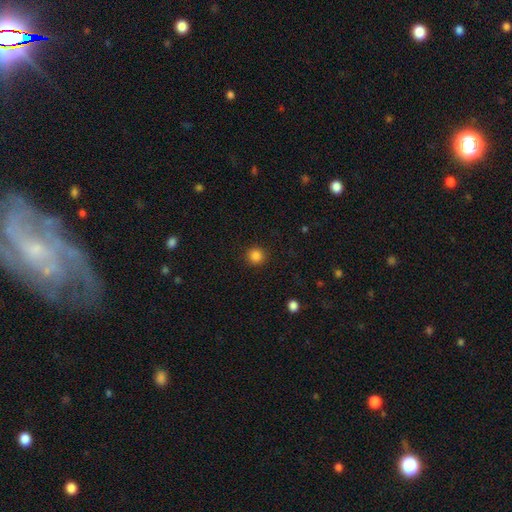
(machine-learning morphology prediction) smooth_or_featured: smooth (p=0.86) [alt: star or artifact p=0.11]
how_rounded: round (p=0.94) [alt: in between p=0.05]
merging: none (p=0.91) [alt: minor disturbance p=0.06]